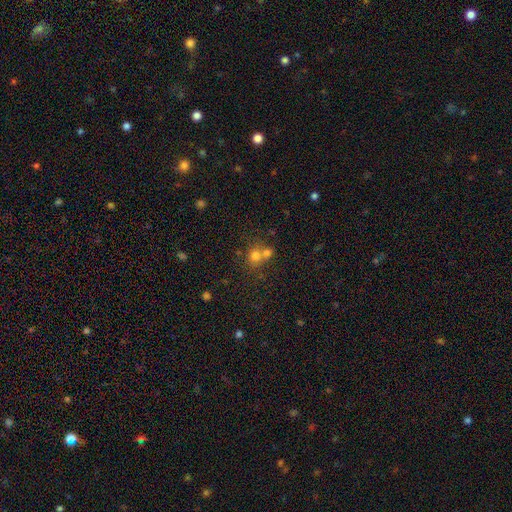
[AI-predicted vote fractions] smooth 72%, star or artifact 15%, featured or disk 13%. Down the decision tree: how rounded — round (81%); merging — merger (50%).